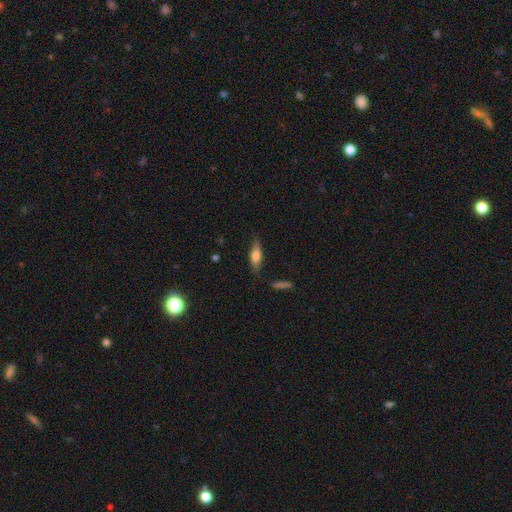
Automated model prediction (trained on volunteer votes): smooth 61%, featured or disk 32%, star or artifact 7%. Down the decision tree: how rounded — cigar-shaped (50%); merging — none (78%).